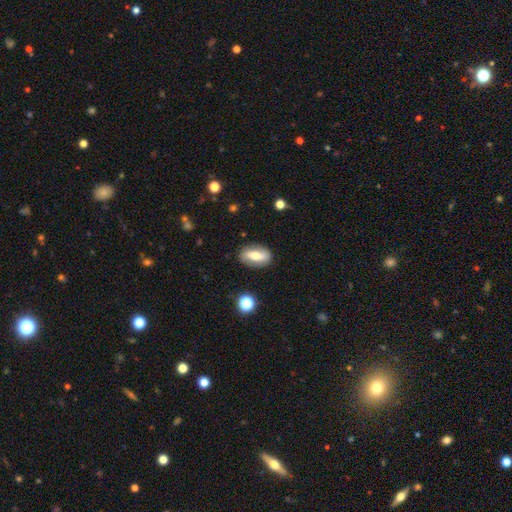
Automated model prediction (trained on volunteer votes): smooth-or-featured: smooth: 50% | featured or disk: 43% | star or artifact: 7%
  merging: none: 83% | minor disturbance: 12% | major disturbance: 3% | merger: 2%